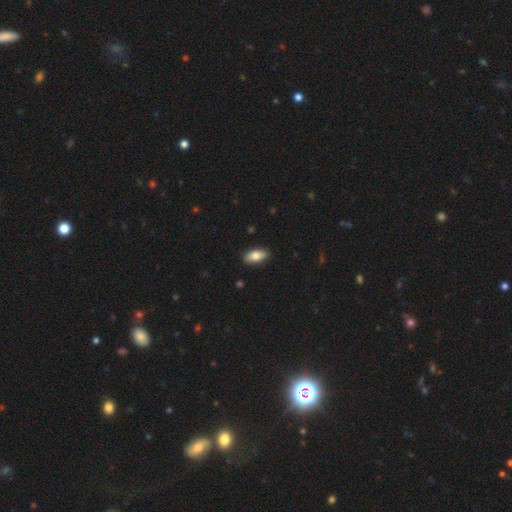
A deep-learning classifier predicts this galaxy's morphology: A smooth galaxy with no disk features (78%) that is in between round and cigar-shaped (87%). Merging: none (89%).